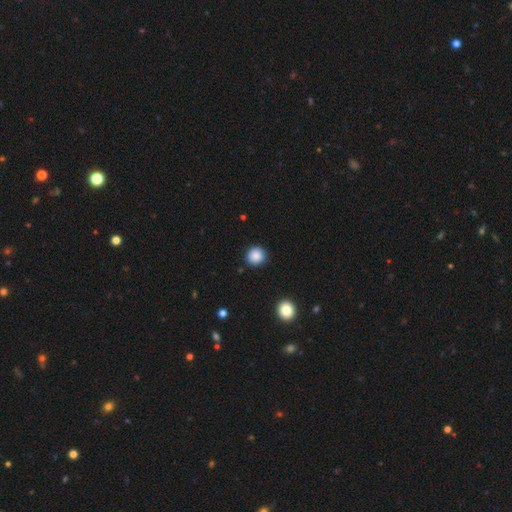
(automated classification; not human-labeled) This is clearly a smooth galaxy (88%). How rounded: clearly round (92%). Merging: clearly none (89%).